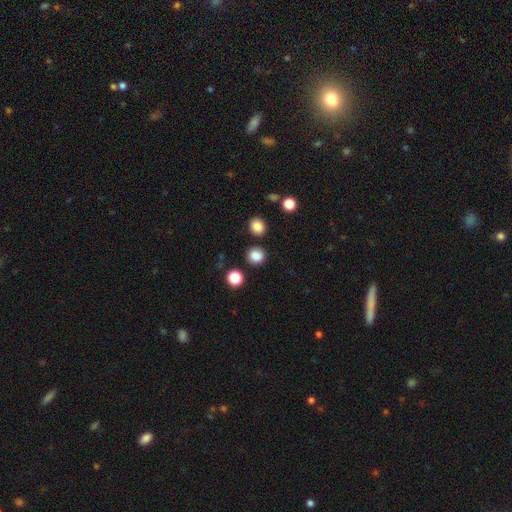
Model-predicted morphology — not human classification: The model was most divided on "how rounded": round: 85%, in between: 14%, cigar-shaped: 1%. More confident: merging — none (85%); smooth or featured — smooth (85%).